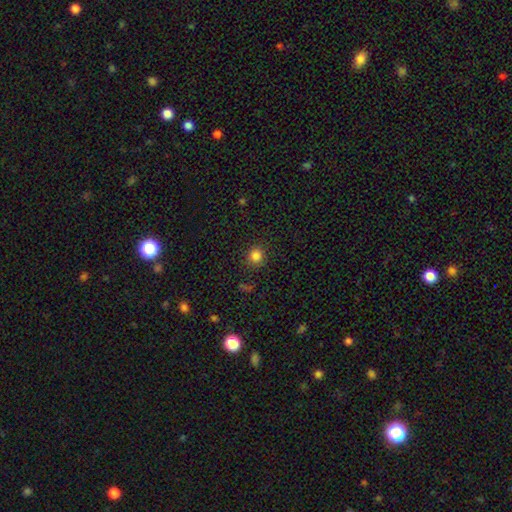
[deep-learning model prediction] The model was most divided on "smooth or featured": smooth: 83%, star or artifact: 13%, featured or disk: 4%. More confident: how rounded — round (92%); merging — none (88%).